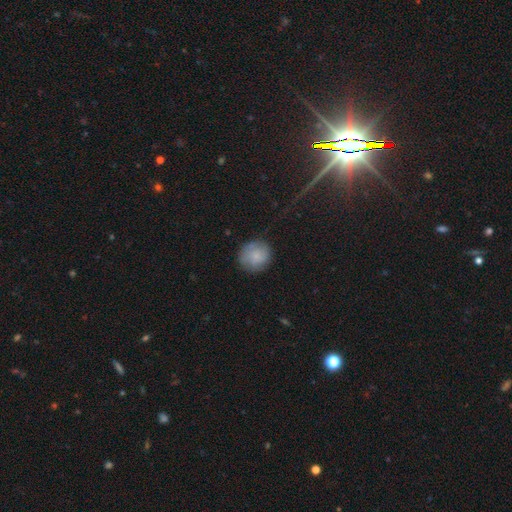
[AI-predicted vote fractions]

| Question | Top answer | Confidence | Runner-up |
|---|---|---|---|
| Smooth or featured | smooth | 76% | featured or disk (17%) |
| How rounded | round | 88% | in between (11%) |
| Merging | none | 79% | minor disturbance (15%) |